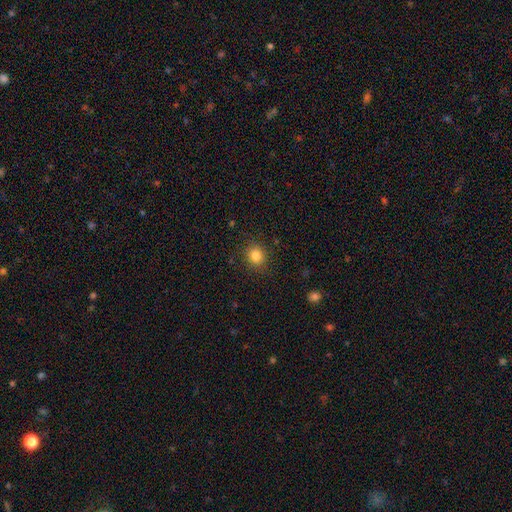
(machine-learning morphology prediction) Smooth or featured: smooth — 83% (star or artifact — 12%)
How rounded: round — 79% (in between — 20%)
Merging: none — 88% (minor disturbance — 8%)